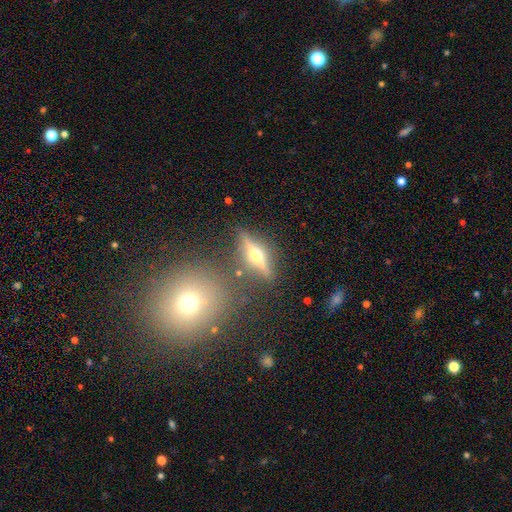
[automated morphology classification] Smooth or featured? featured or disk (76%)
Edge-on disk? yes (95%)
Edge-on bulge? rounded (96%)
Merging? none (84%)